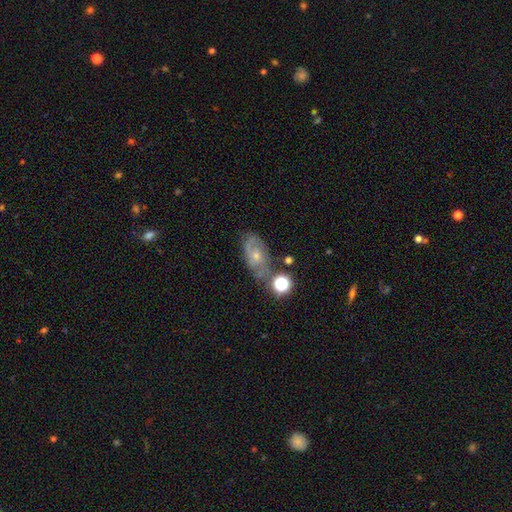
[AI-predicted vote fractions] smooth-or-featured: featured or disk: 65% | smooth: 21% | star or artifact: 13%
  disk-edge-on: no: 93% | yes: 7%
    bar: no: 72% | weak: 23% | strong: 4%
    has-spiral-arms: yes: 83% | no: 17%
      spiral-winding: tight: 45% | medium: 39% | loose: 15%
      spiral-arm-count: 2: 53% | can't tell: 30% | 1: 7% | 3: 6% | 4: 2% | more than 4: 2%
    bulge-size: small: 60% | moderate: 35% | none: 2% | large: 2% | dominant: 1%
  merging: none: 62% | minor disturbance: 20% | major disturbance: 9% | merger: 9%